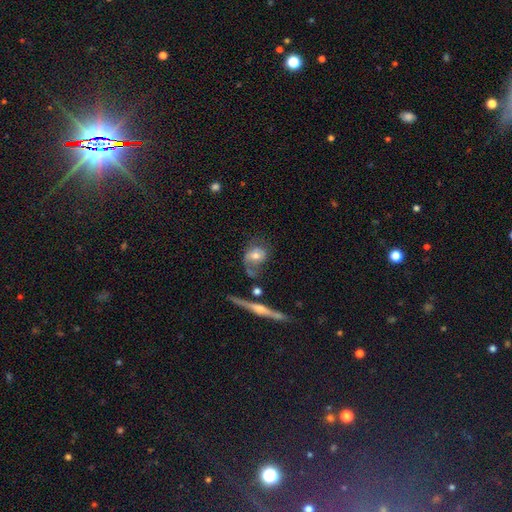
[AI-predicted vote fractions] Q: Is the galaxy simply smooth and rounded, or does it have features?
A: smooth — 48%.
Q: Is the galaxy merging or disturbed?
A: none — 36%.